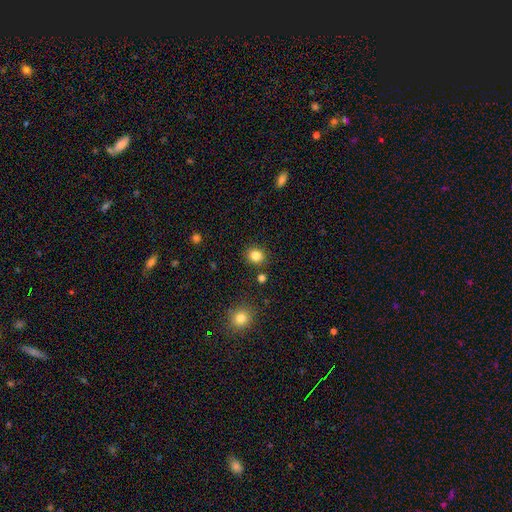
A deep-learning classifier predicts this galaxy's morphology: Overall: smooth (83%). How rounded: round (82%). Merging: none (87%).